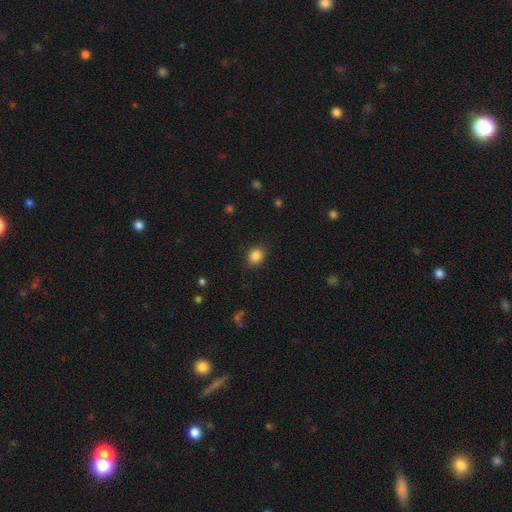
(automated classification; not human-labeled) Q: Smooth or featured?
A: smooth (86%); runner-up: star or artifact (10%)
Q: How rounded?
A: round (62%); runner-up: in between (37%)
Q: Merging?
A: none (88%); runner-up: minor disturbance (8%)